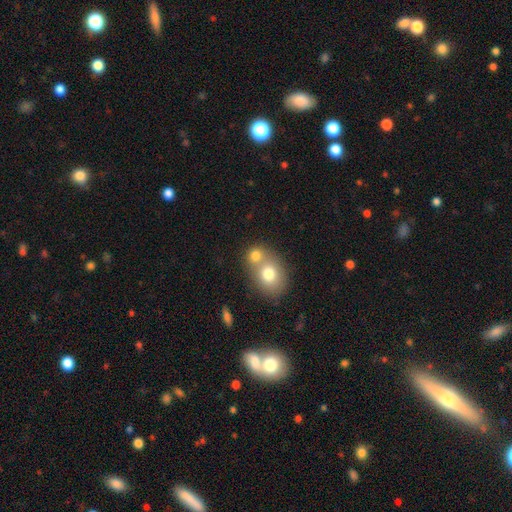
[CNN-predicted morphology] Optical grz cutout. It shows a smooth galaxy with no disk features (76%) that is round (64%). Merging: merger (58%).